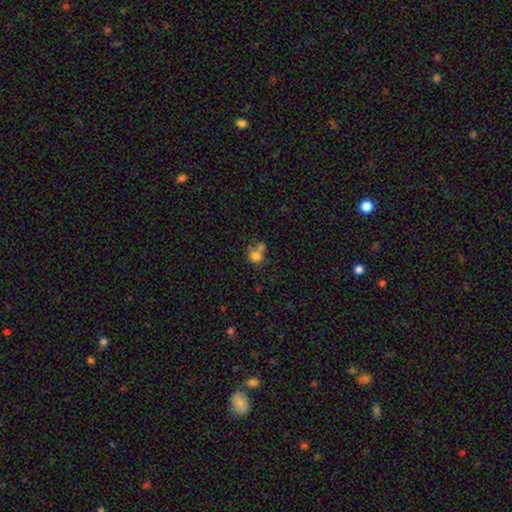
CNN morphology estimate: This appears to be a smooth galaxy with no disk features (76%) that is round (74%). Merging: merger (47%).